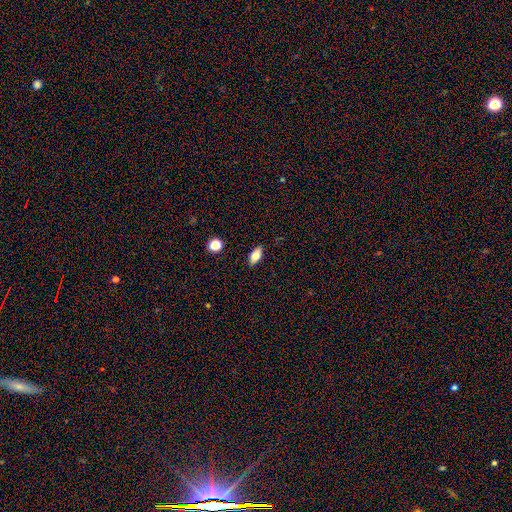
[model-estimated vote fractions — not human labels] Q: Smooth or featured?
A: smooth (70%); runner-up: featured or disk (22%)
Q: How rounded?
A: in between (83%); runner-up: cigar-shaped (13%)
Q: Merging?
A: none (89%); runner-up: minor disturbance (8%)